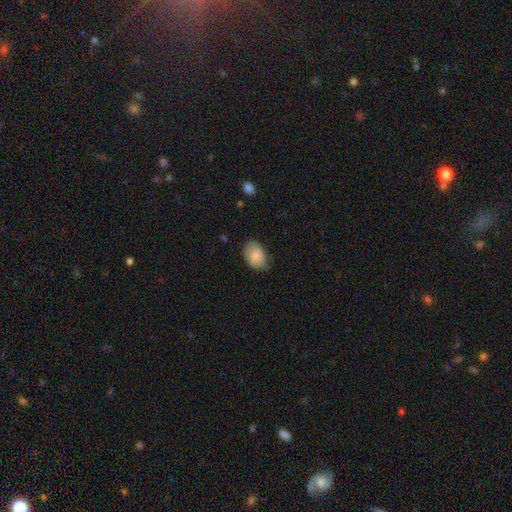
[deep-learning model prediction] smooth-or-featured: smooth: 83% | featured or disk: 11% | star or artifact: 7%
  how-rounded: in between: 84% | round: 15% | cigar-shaped: 1%
  merging: none: 61% | minor disturbance: 31% | major disturbance: 6% | merger: 1%